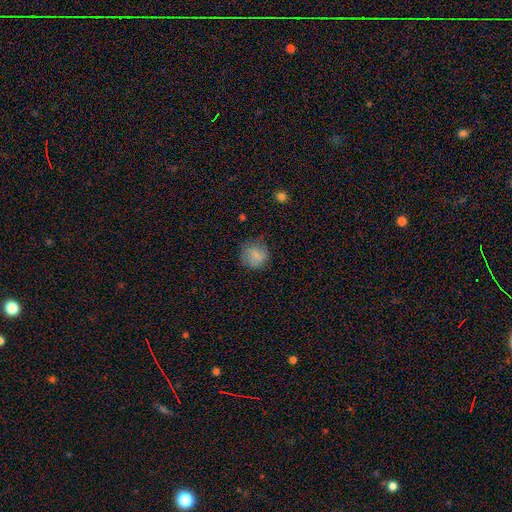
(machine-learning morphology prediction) Smooth or featured? Predicted: smooth (p=0.76). How rounded? Predicted: round (p=0.87). Merging? Predicted: none (p=0.73).